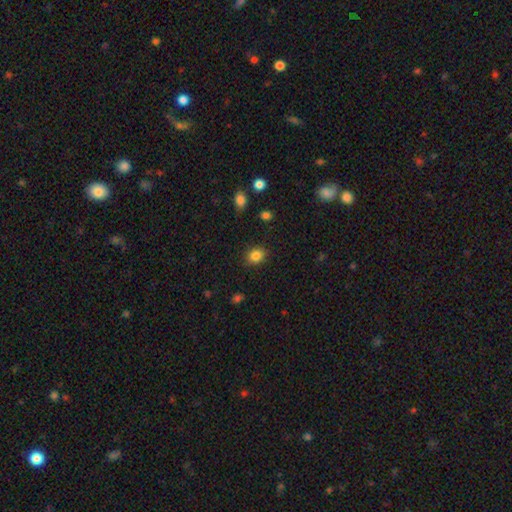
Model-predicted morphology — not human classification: type=smooth (85%); roundness=round (53%); merging=none (86%).